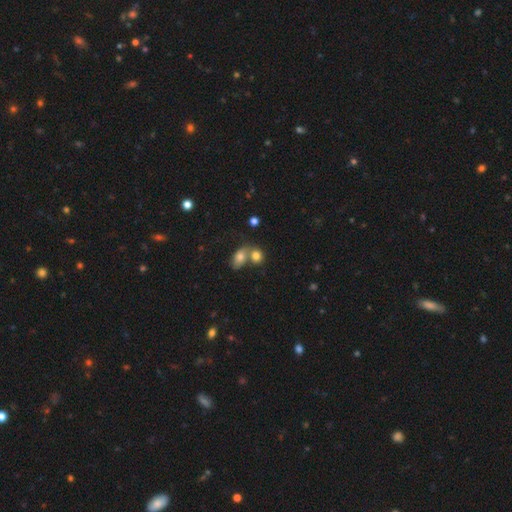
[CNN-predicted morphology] smooth-or-featured: smooth: 79% | featured or disk: 11% | star or artifact: 10%
  how-rounded: round: 50% | in between: 48% | cigar-shaped: 2%
  merging: merger: 54% | none: 34% | minor disturbance: 8% | major disturbance: 4%